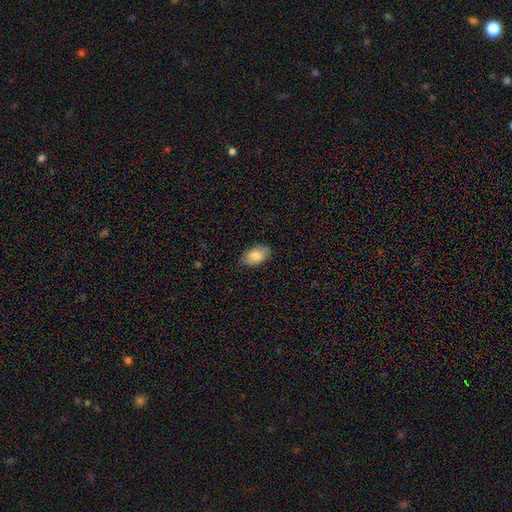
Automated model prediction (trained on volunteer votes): A smooth galaxy with no disk features (82%) that is in between round and cigar-shaped (93%).

Vote fractions:
- Smooth or featured? smooth: 82% / featured or disk: 11% / star or artifact: 6%
- How rounded? in between: 93% / round: 5% / cigar-shaped: 2%
- Merging? none: 83% / minor disturbance: 14% / major disturbance: 2% / merger: 1%